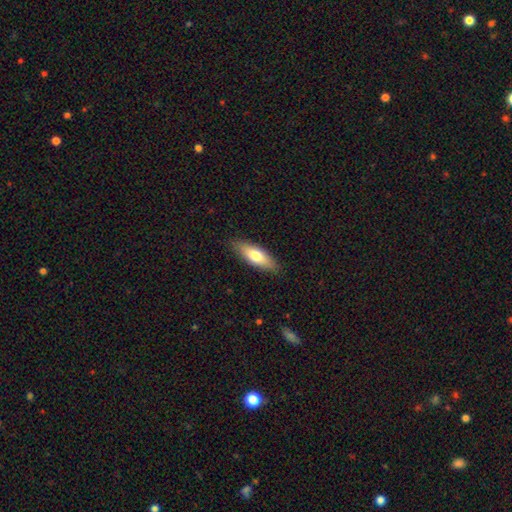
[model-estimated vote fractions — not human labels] Smooth or featured? Predicted: smooth (p=0.70). How rounded? Predicted: in between (p=0.63). Merging? Predicted: none (p=0.87).